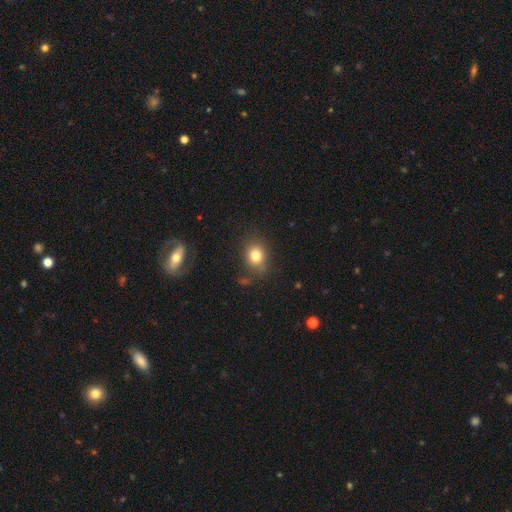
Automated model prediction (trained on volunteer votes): Overall: smooth (80%). How rounded: round (53%; in between 46%). Merging: none (75%).